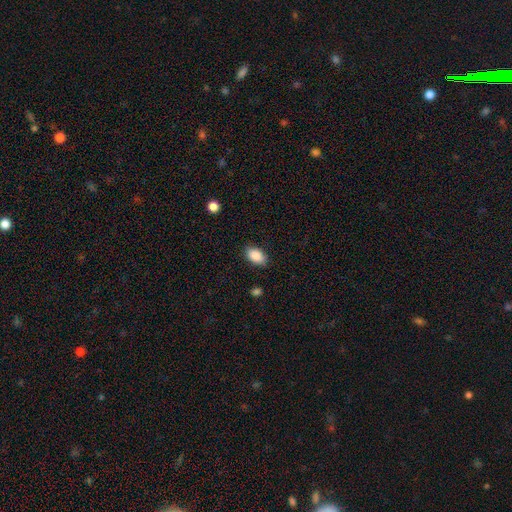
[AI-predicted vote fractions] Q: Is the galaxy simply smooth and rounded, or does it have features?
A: smooth — 89%.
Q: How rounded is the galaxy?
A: in between — 91%.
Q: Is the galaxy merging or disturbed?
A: none — 87%.